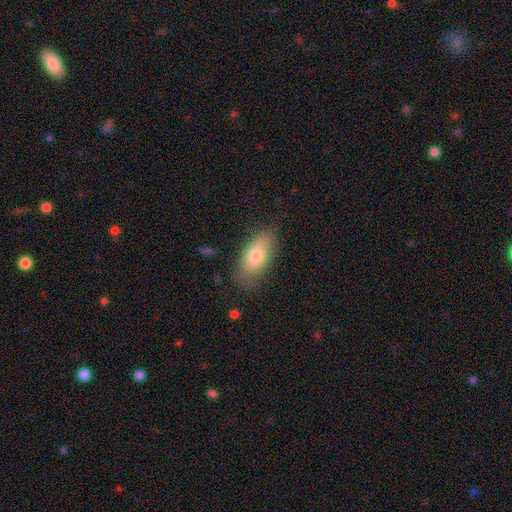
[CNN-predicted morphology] smooth-or-featured: smooth: 78% | featured or disk: 15% | star or artifact: 7%
  how-rounded: in between: 88% | cigar-shaped: 9% | round: 3%
  merging: none: 74% | minor disturbance: 20% | major disturbance: 5% | merger: 1%